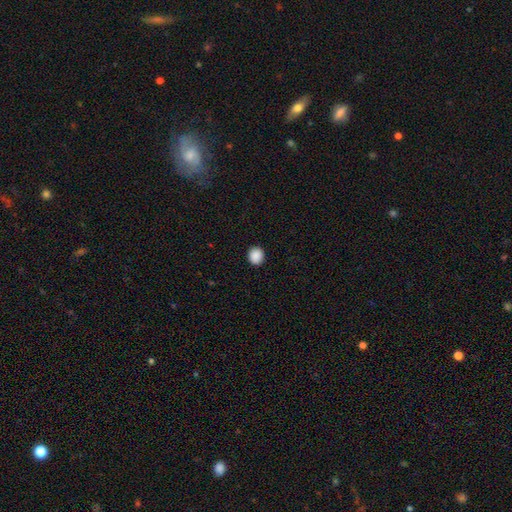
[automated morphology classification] Smooth or featured: smooth — 89% (star or artifact — 8%)
How rounded: round — 81% (in between — 18%)
Merging: none — 92% (minor disturbance — 6%)